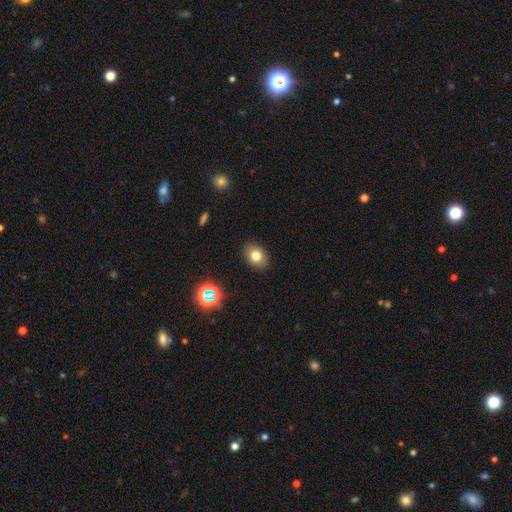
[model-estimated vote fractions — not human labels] A smooth galaxy with no disk features (77%) that is in between round and cigar-shaped (66%).

Vote fractions:
- Smooth or featured? smooth: 77% / star or artifact: 13% / featured or disk: 10%
- How rounded? in between: 66% / round: 33% / cigar-shaped: 1%
- Merging? none: 88% / minor disturbance: 9% / major disturbance: 2% / merger: 1%